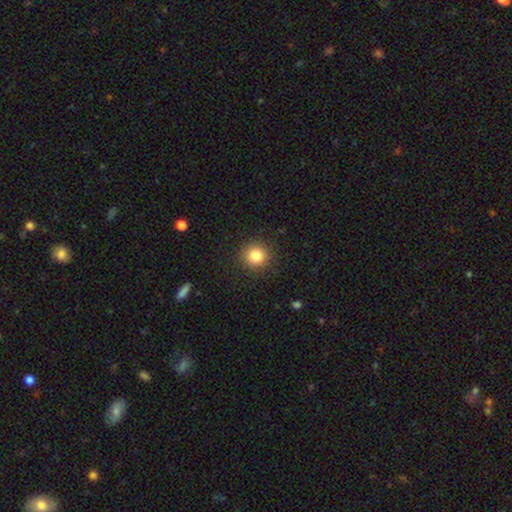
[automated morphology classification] This appears to be a smooth galaxy with no disk features (83%) that is round (93%). Merging: none (91%).